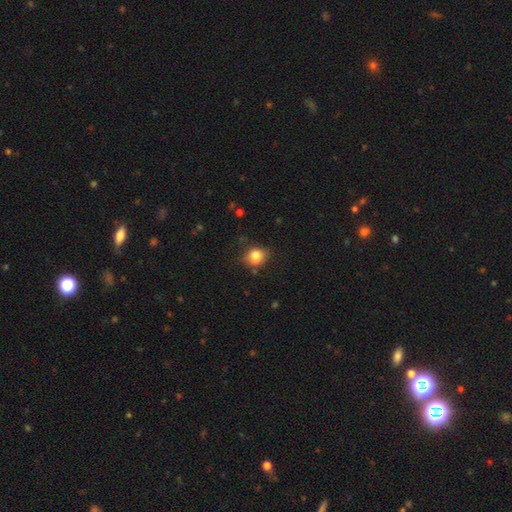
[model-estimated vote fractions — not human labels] Overall: smooth (81%). How rounded: round (66%; in between 33%). Merging: none (72%).